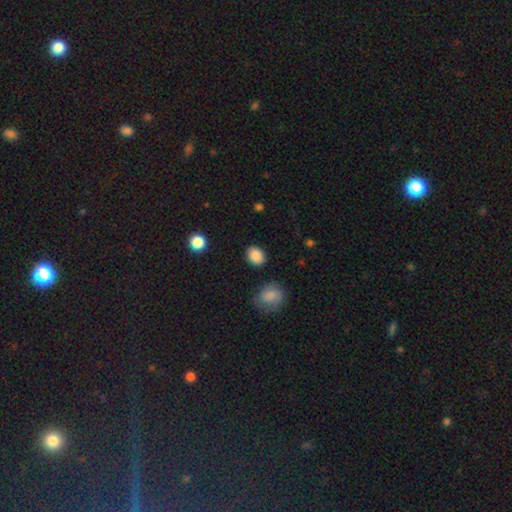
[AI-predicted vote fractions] Smooth or featured: smooth — 87% (star or artifact — 8%)
How rounded: in between — 61% (round — 38%)
Merging: none — 84% (minor disturbance — 10%)